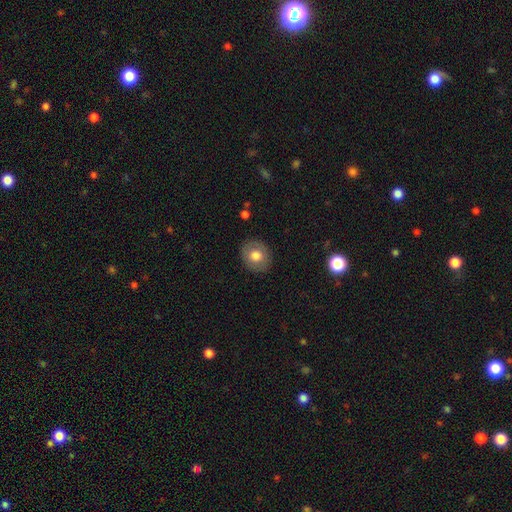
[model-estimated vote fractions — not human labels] smooth_or_featured: smooth (p=0.72) [alt: featured or disk p=0.21]
how_rounded: round (p=0.74) [alt: in between p=0.25]
merging: none (p=0.87) [alt: minor disturbance p=0.09]